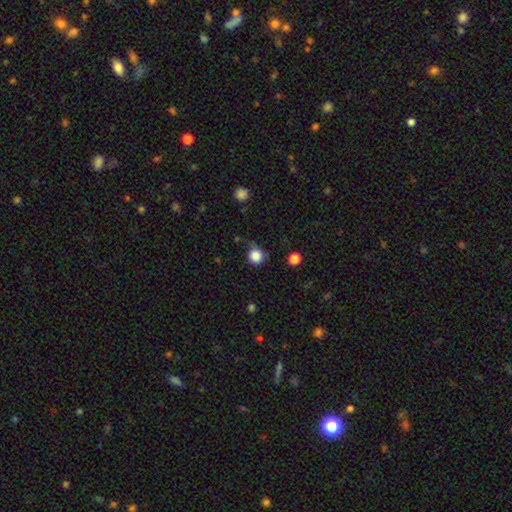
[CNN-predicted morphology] This is clearly a smooth galaxy (85%). How rounded: clearly round (91%). Merging: likely none (69%).